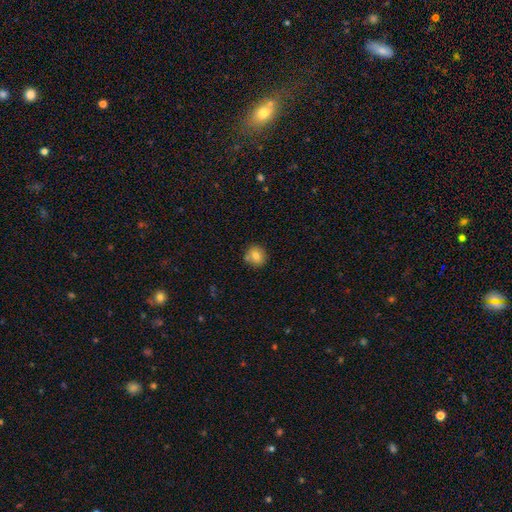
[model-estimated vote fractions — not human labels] The model was most divided on "merging": none: 73%, minor disturbance: 14%, merger: 11%, major disturbance: 3%. More confident: how rounded — round (85%); smooth or featured — smooth (78%).